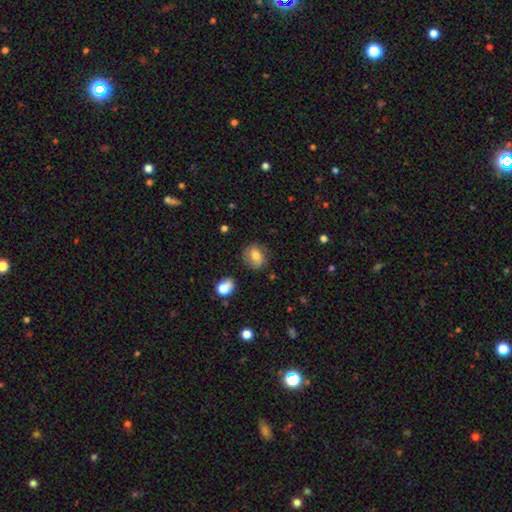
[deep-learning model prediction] Morphology: type=smooth (75%); roundness=in between (50%); merging=none (73%).